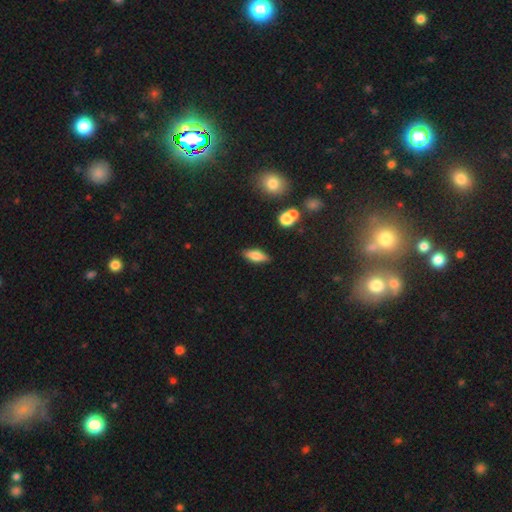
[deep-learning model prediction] smooth 71%, featured or disk 20%, star or artifact 8%. Down the decision tree: how rounded — in between (68%); merging — none (85%).